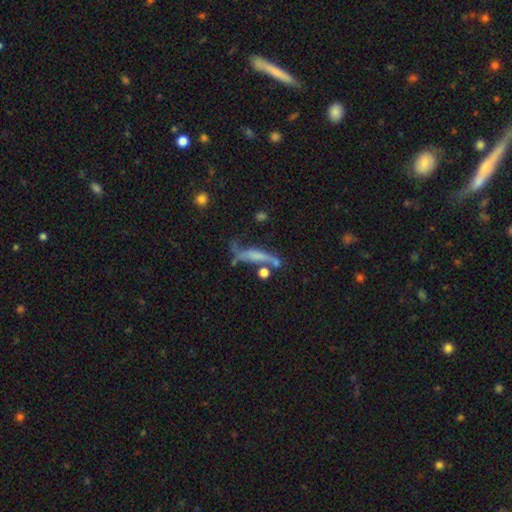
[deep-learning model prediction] Q: Smooth or featured?
A: featured or disk (46%); runner-up: smooth (42%)
Q: Merging?
A: none (43%); runner-up: minor disturbance (21%)